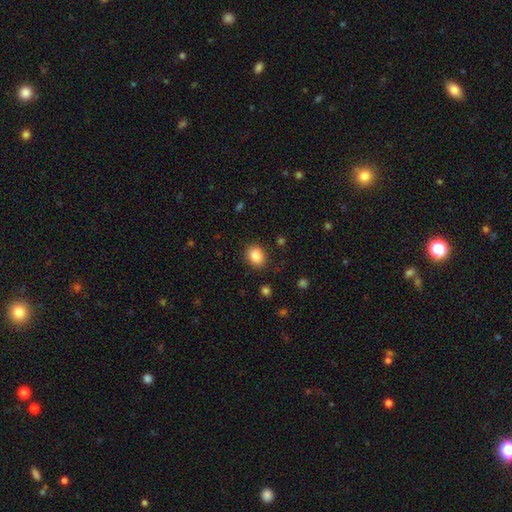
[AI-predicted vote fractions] smooth_or_featured: smooth (p=0.87) [alt: star or artifact p=0.09]
how_rounded: in between (p=0.53) [alt: round p=0.47]
merging: none (p=0.85) [alt: minor disturbance p=0.11]